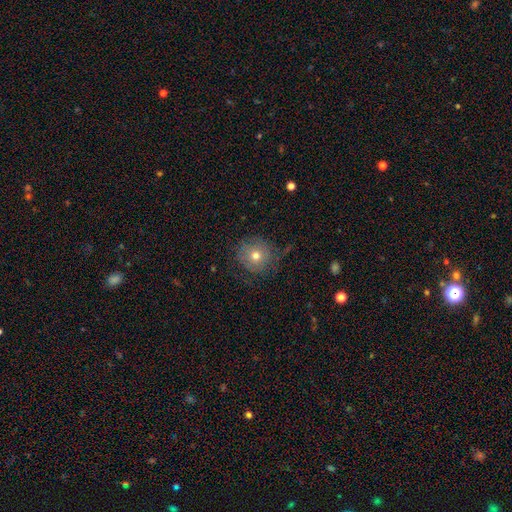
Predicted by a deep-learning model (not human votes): Overall: smooth (66%). How rounded: round (92%). Merging: none (70%).